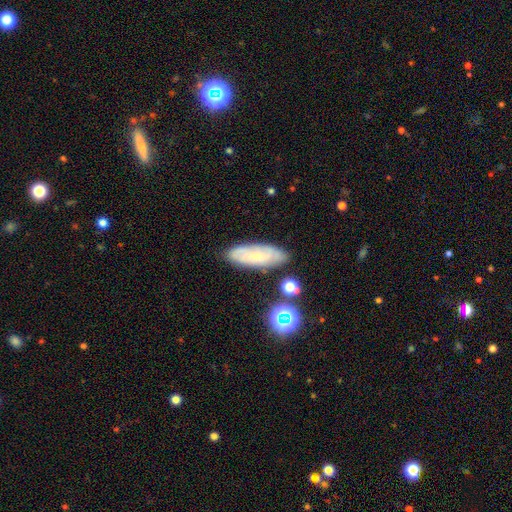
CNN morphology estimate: smooth_or_featured: smooth (p=0.53) [alt: featured or disk p=0.36]
how_rounded: in between (p=0.63) [alt: cigar-shaped p=0.34]
merging: none (p=0.77) [alt: minor disturbance p=0.15]